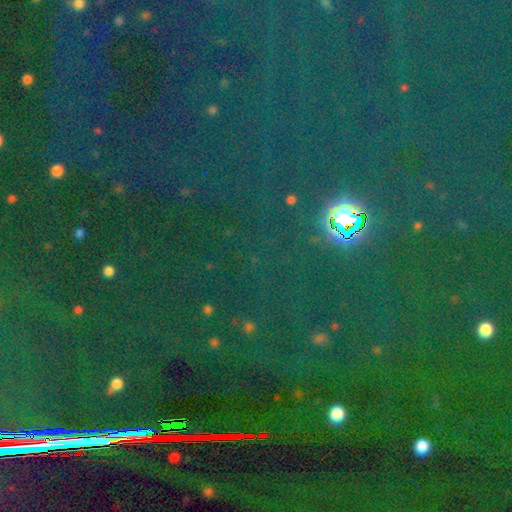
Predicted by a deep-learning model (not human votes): Smooth or featured: star or artifact — 81% (smooth — 13%)